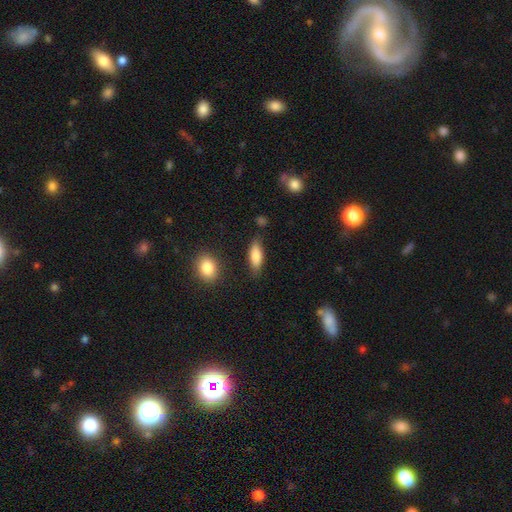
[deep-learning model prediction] Morphology: type=smooth (81%); roundness=in between (66%); merging=none (77%).